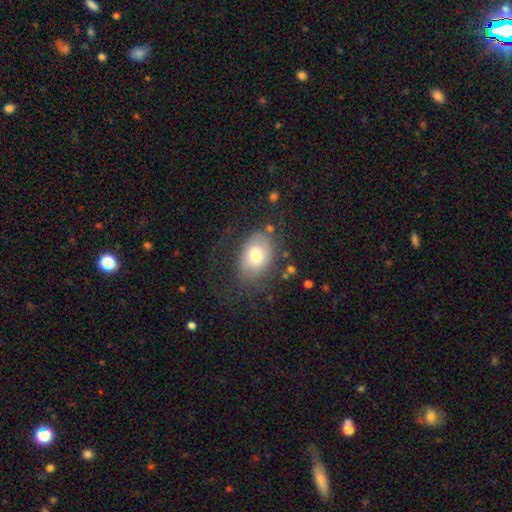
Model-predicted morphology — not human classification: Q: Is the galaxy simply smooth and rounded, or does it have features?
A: smooth — 63%.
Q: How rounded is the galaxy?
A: in between — 82%.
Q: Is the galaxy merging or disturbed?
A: none — 54%.